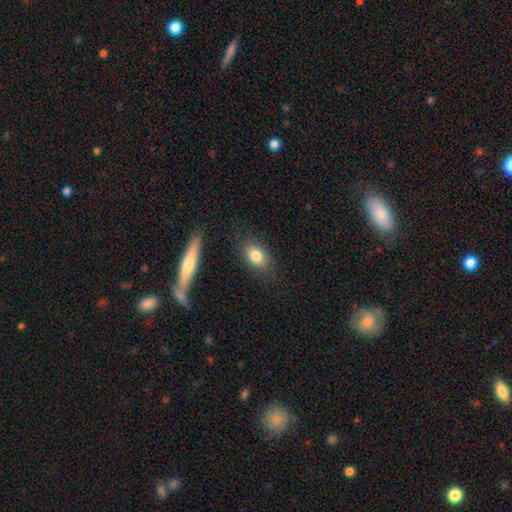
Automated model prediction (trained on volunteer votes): A smooth galaxy with no disk features (80%) that is in between round and cigar-shaped (83%). Merging: none (80%).